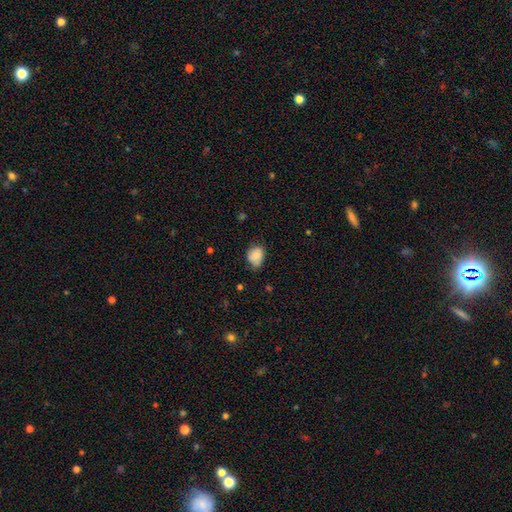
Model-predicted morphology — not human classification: This appears to be a smooth galaxy with no disk features (82%) that is in between round and cigar-shaped (58%). Merging: none (57%).